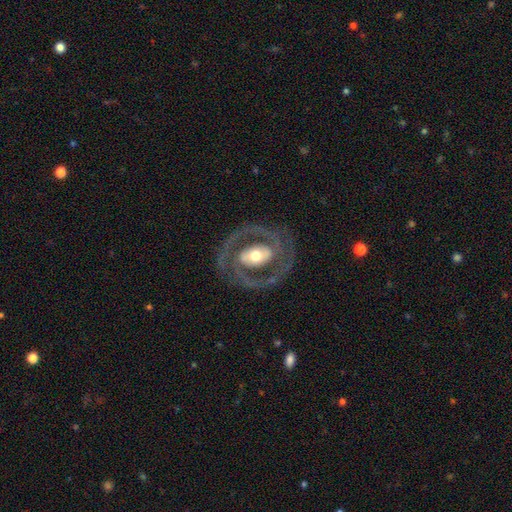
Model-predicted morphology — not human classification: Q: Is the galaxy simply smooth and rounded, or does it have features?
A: featured or disk — 85%.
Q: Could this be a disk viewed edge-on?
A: no — 96%.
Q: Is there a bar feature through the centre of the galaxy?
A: no — 36%.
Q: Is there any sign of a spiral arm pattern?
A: yes — 83%.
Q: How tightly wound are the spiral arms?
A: tight — 45%.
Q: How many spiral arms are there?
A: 2 — 84%.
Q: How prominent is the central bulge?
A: moderate — 63%.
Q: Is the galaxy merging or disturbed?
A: none — 80%.